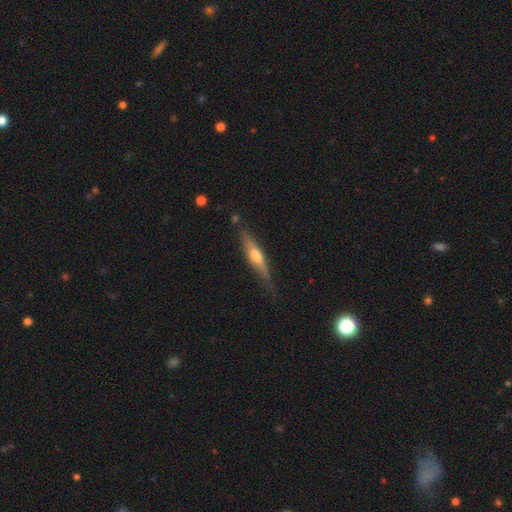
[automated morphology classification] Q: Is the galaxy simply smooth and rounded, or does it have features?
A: featured or disk — 58%.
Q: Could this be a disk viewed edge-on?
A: yes — 94%.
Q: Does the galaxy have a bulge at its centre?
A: rounded — 86%.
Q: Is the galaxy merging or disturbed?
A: none — 71%.